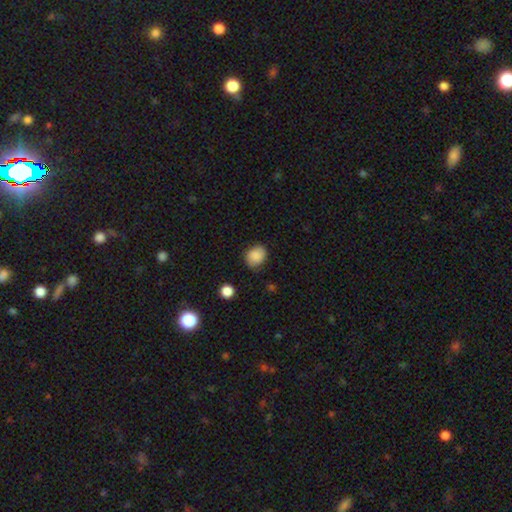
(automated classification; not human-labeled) A smooth galaxy with no disk features (86%) that is round (54%).

Vote fractions:
- Smooth or featured? smooth: 86% / star or artifact: 9% / featured or disk: 5%
- How rounded? round: 54% / in between: 45% / cigar-shaped: 1%
- Merging? none: 75% / minor disturbance: 19% / major disturbance: 4% / merger: 2%